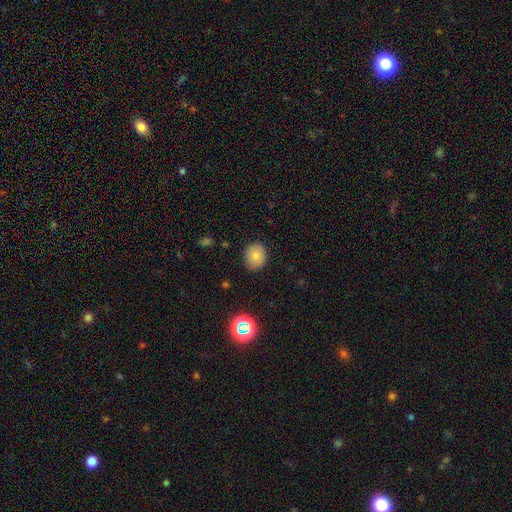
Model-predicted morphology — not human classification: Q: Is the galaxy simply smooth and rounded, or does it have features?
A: smooth — 79%.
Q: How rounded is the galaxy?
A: round — 64%.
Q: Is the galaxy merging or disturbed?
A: none — 86%.